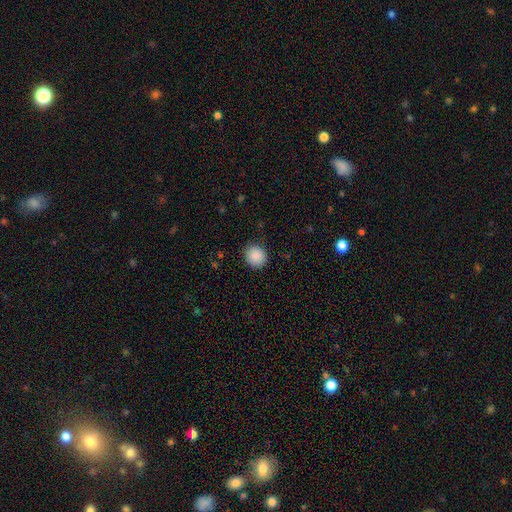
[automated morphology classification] Smooth or featured? smooth (89%)
How rounded? round (87%)
Merging? none (88%)